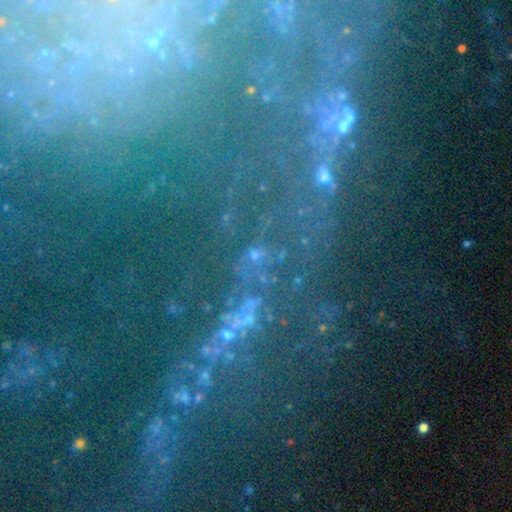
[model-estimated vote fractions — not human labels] The model was most divided on "smooth or featured": star or artifact: 69%, featured or disk: 18%, smooth: 13%.